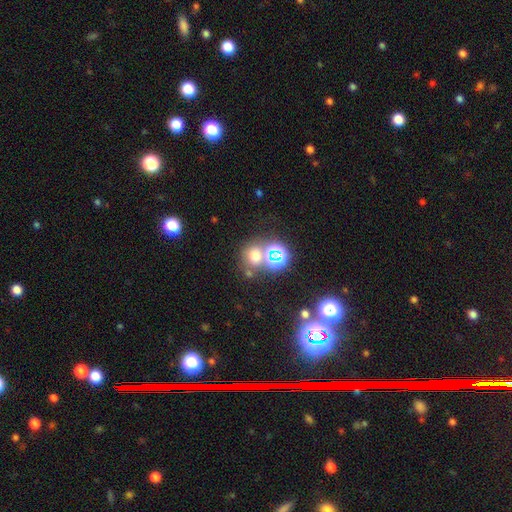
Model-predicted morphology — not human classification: This is possibly a smooth galaxy (56%). How rounded: likely round (72%). Merging: possibly none (60%).